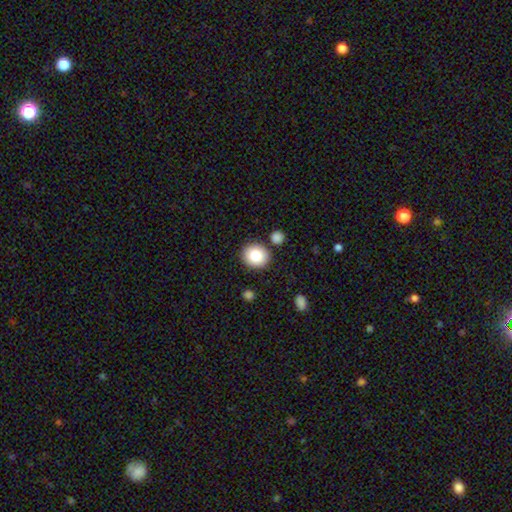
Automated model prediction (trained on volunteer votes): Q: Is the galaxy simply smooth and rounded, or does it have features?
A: smooth — 86%.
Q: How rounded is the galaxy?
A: round — 80%.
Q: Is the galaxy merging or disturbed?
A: none — 83%.